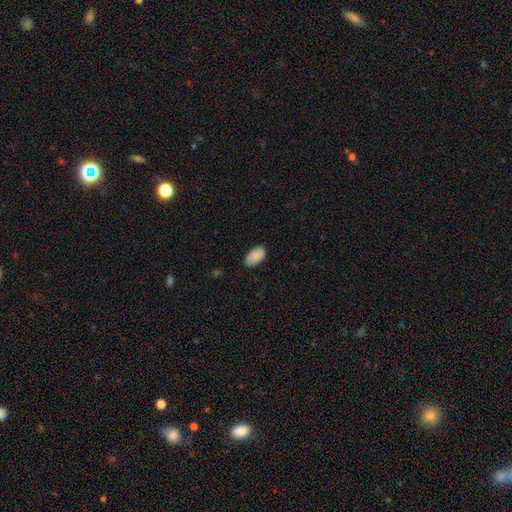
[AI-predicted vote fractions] smooth 83%, featured or disk 11%, star or artifact 7%. Down the decision tree: how rounded — in between (94%); merging — none (77%).